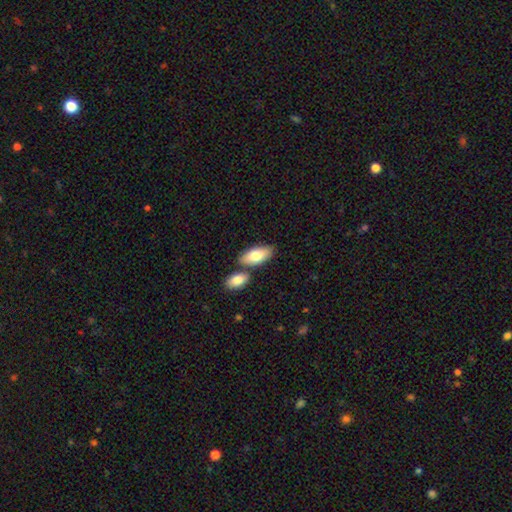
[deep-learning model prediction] Morphology: type=smooth (78%); roundness=in between (89%); merging=none (64%).